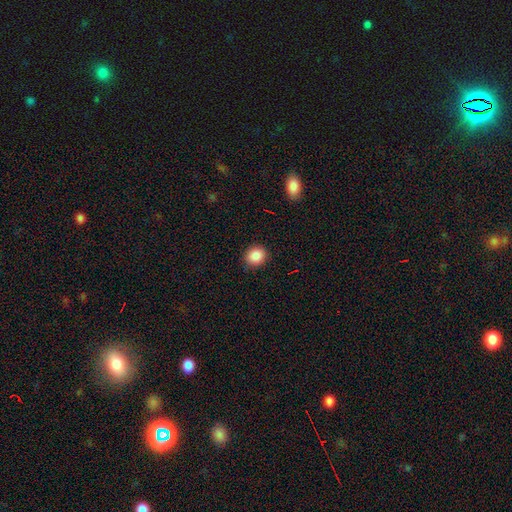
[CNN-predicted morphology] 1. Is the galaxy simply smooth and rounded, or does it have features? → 88% smooth, 9% star or artifact, 3% featured or disk.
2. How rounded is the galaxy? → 81% round, 18% in between, 1% cigar-shaped.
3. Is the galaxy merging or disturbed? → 89% none, 8% minor disturbance, 2% major disturbance, 1% merger.